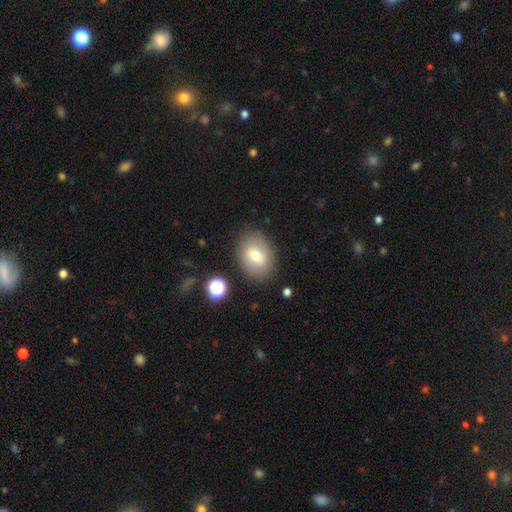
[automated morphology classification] smooth 72%, featured or disk 19%, star or artifact 9%. Down the decision tree: how rounded — in between (78%); merging — none (82%).